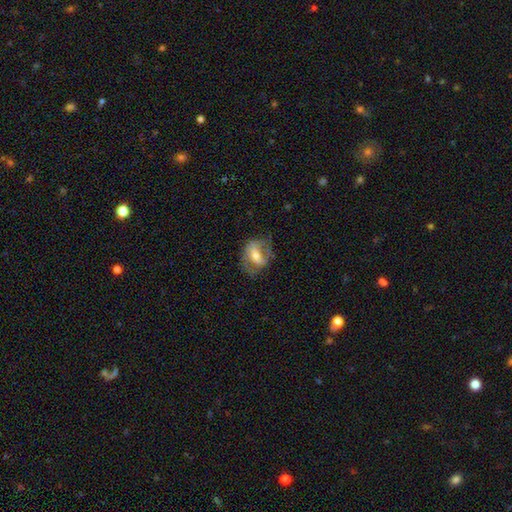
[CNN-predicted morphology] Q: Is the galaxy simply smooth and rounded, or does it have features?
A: featured or disk — 58%.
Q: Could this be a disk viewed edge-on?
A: no — 94%.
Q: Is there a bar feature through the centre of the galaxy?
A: strong — 41%.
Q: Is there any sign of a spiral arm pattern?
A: yes — 63%.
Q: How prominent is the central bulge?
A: moderate — 57%.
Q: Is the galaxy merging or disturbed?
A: none — 58%.